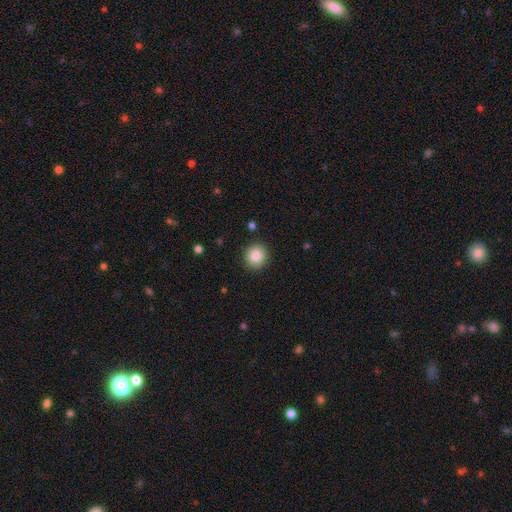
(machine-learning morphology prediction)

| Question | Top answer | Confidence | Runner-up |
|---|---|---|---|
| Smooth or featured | smooth | 84% | star or artifact (9%) |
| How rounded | round | 89% | in between (10%) |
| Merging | none | 91% | minor disturbance (6%) |